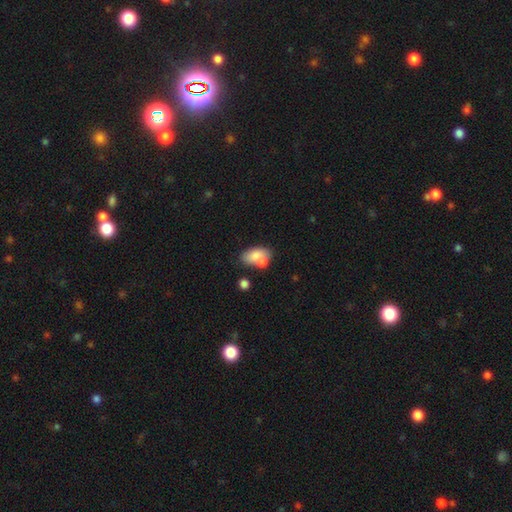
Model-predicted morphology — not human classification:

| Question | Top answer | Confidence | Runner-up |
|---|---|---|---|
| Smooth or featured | smooth | 74% | featured or disk (18%) |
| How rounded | in between | 89% | round (8%) |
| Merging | none | 43% | merger (35%) |